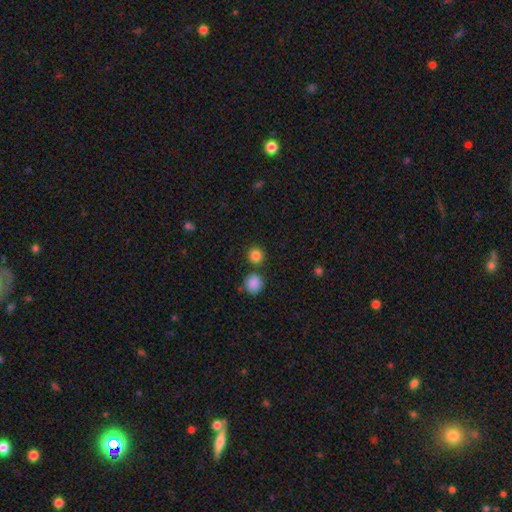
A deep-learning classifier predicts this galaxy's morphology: Smooth or featured? smooth (85%)
How rounded? round (92%)
Merging? none (80%)